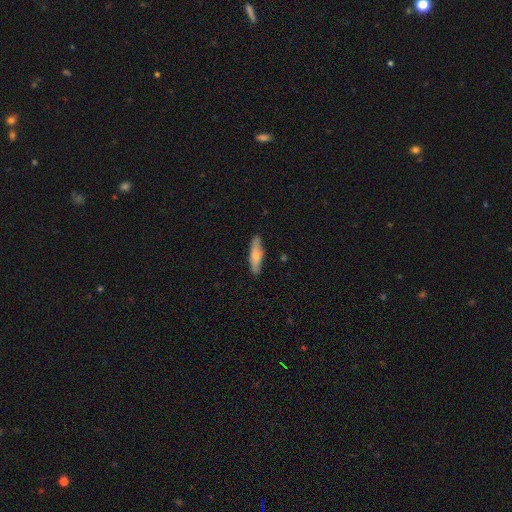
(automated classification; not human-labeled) Smooth or featured?
  - smooth: 65% *
  - featured or disk: 29%
  - star or artifact: 6%
How rounded?
  - cigar-shaped: 62% *
  - in between: 36%
  - round: 2%
Merging?
  - none: 84% *
  - minor disturbance: 13%
  - major disturbance: 2%
  - merger: 1%